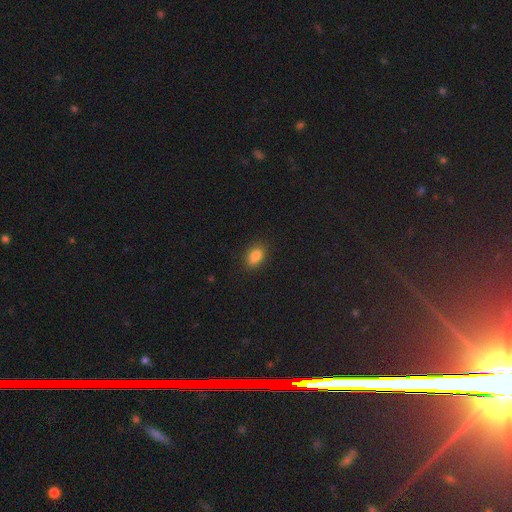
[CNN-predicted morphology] A smooth galaxy with no disk features (82%) that is in between round and cigar-shaped (82%). Merging: none (85%).